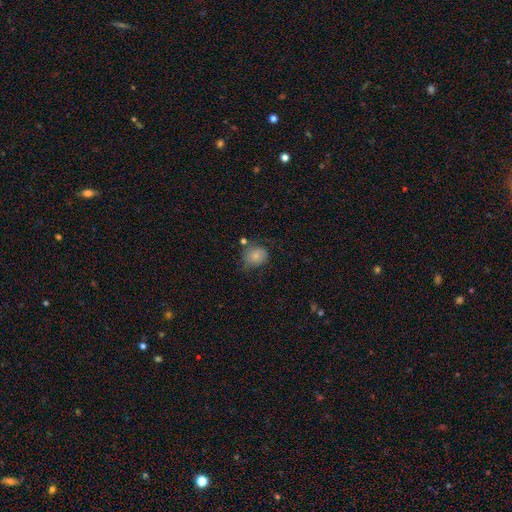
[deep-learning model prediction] smooth-or-featured: smooth: 78% | featured or disk: 13% | star or artifact: 9%
  how-rounded: round: 67% | in between: 32% | cigar-shaped: 1%
  merging: none: 57% | minor disturbance: 28% | major disturbance: 9% | merger: 6%